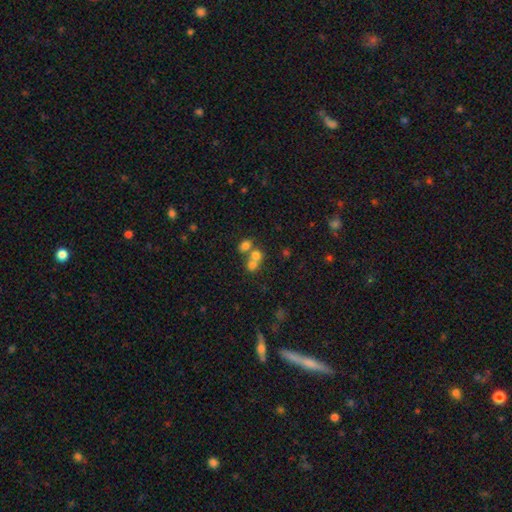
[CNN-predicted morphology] This is likely a smooth galaxy (67%). How rounded: likely round (66%). Merging: possibly merger (58%).